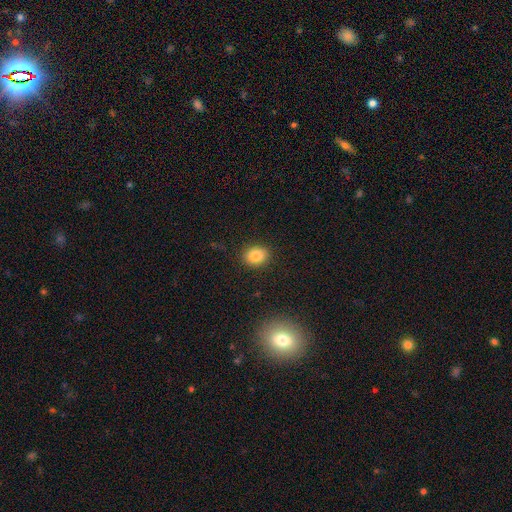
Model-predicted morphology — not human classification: This is clearly a smooth galaxy (84%). How rounded: possibly round (54%). Merging: clearly none (89%).